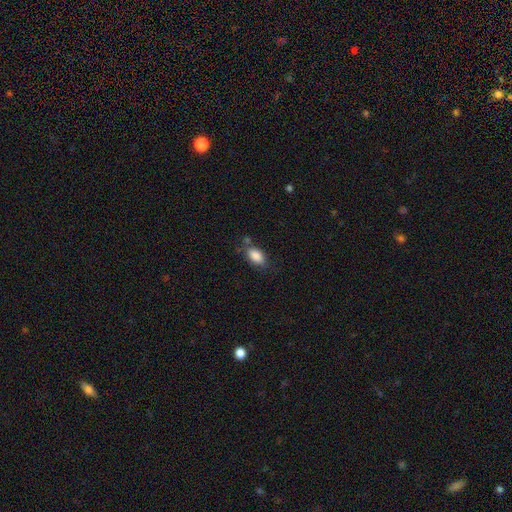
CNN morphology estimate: Overall: smooth (87%). How rounded: in between (90%). Merging: none (68%).